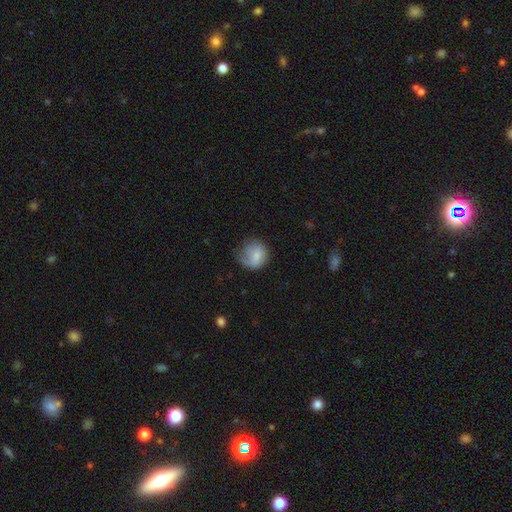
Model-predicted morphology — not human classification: smooth_or_featured: smooth (p=0.70) [alt: featured or disk p=0.22]
how_rounded: round (p=0.81) [alt: in between p=0.18]
merging: none (p=0.48) [alt: minor disturbance p=0.31]